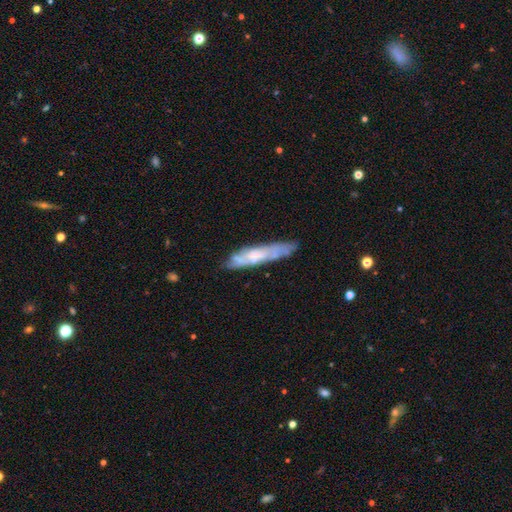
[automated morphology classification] Smooth or featured? Predicted: featured or disk (p=0.51). Edge-on disk? Predicted: yes (p=0.56). Merging? Predicted: none (p=0.70).